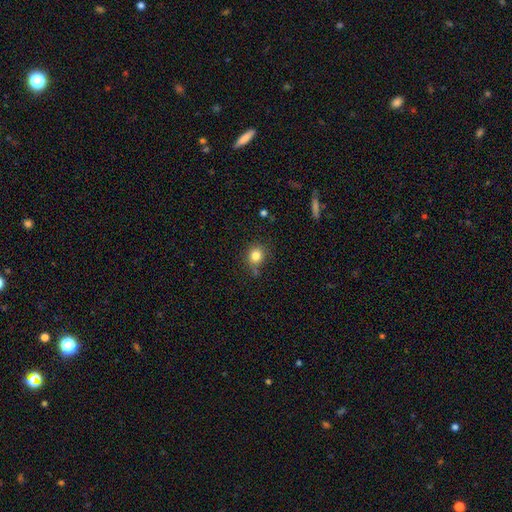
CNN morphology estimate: smooth 82%, star or artifact 11%, featured or disk 7%. Down the decision tree: how rounded — round (80%); merging — none (74%).